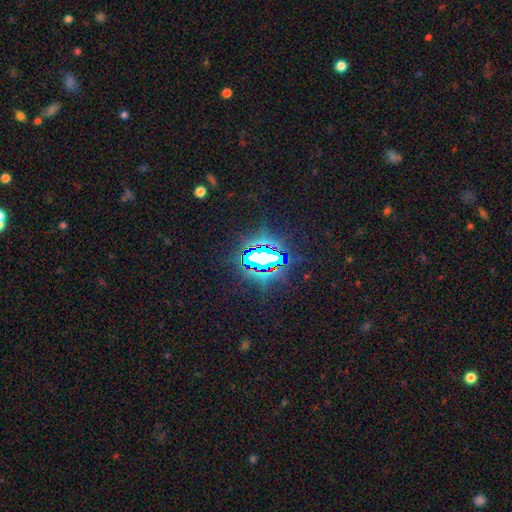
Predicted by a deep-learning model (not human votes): Smooth or featured?
  - star or artifact: 78% *
  - smooth: 11%
  - featured or disk: 11%